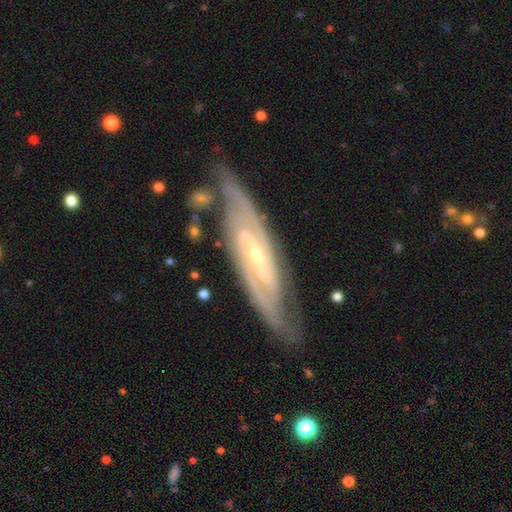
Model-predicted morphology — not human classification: Overall: featured or disk (90%). Edge-on disk: no (86%). Bar: strong (41%; weak 39%). Spiral arms: yes (98%). Spiral arm count: 2 (75%). Spiral winding: tight (50%; medium 41%). Bulge size: small (72%). Merging: none (75%).